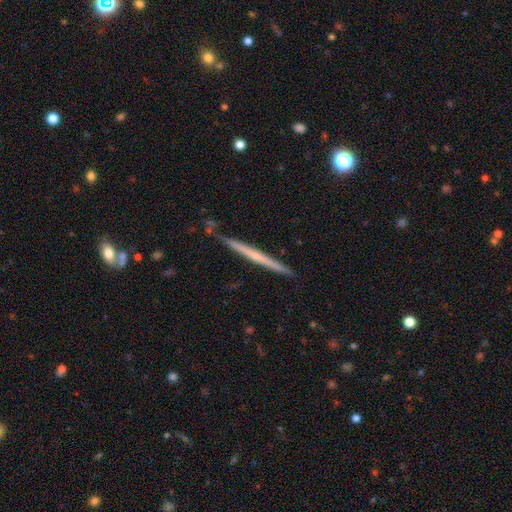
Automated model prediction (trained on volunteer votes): featured or disk 57%, smooth 37%, star or artifact 6%. Down the decision tree: edge-on disk — yes (98%); edge-on bulge — none (76%); merging — none (87%).